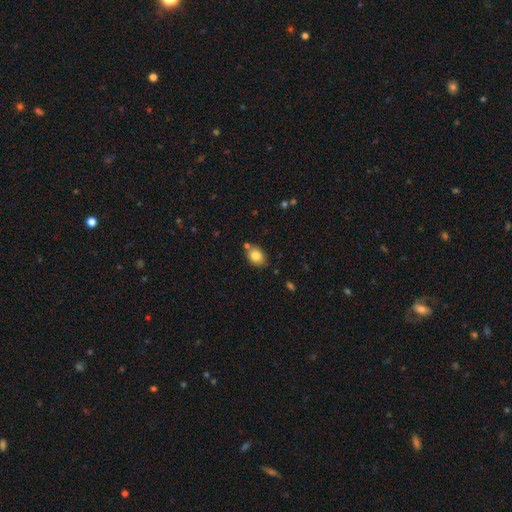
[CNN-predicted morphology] smooth 82%, featured or disk 10%, star or artifact 9%. Down the decision tree: how rounded — in between (67%); merging — none (74%).